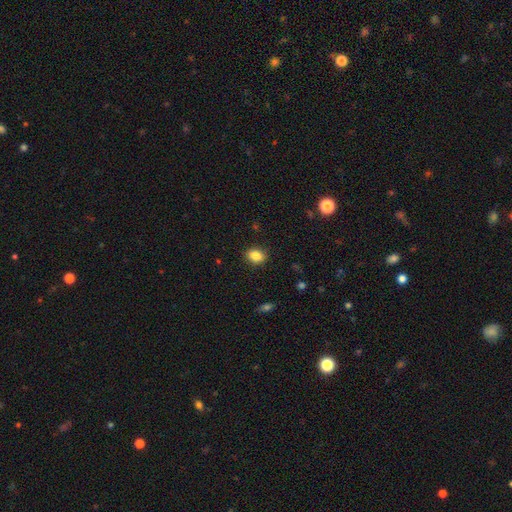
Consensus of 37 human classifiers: This appears to be a smooth galaxy with no disk features (89%) that is in between round and cigar-shaped (64%). Merging: none (86%).